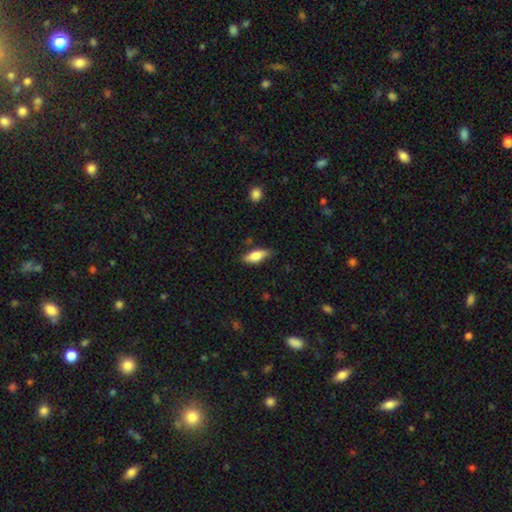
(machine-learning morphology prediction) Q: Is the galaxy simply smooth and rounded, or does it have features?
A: smooth — 74%.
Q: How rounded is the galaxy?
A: in between — 77%.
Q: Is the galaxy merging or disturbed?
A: none — 78%.